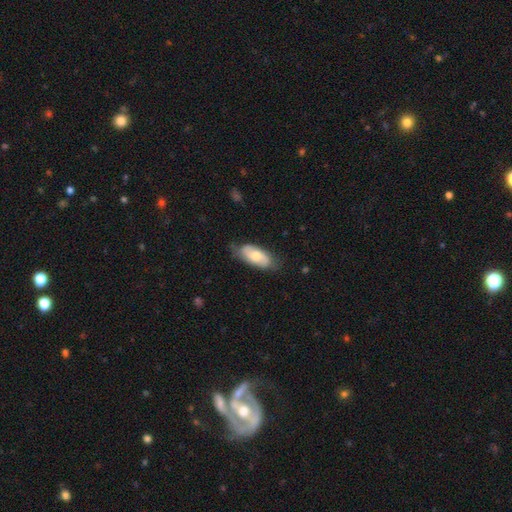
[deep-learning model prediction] A smooth galaxy with no disk features (60%) that is in between round and cigar-shaped (87%). Merging: none (71%).